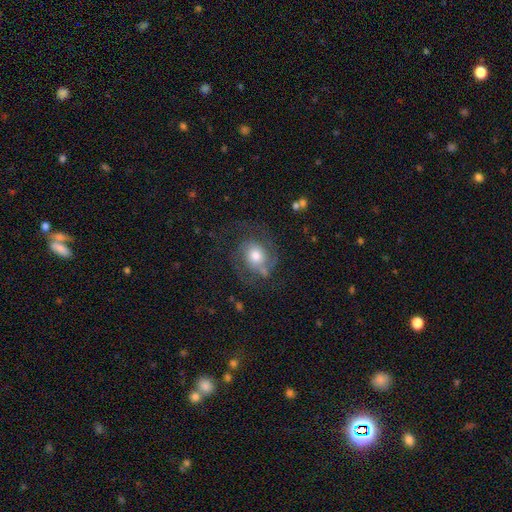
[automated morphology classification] smooth-or-featured: featured or disk: 71% | smooth: 21% | star or artifact: 8%
  disk-edge-on: no: 98% | yes: 2%
    bar: no: 76% | weak: 20% | strong: 4%
    has-spiral-arms: yes: 91% | no: 9%
      spiral-winding: medium: 45% | tight: 38% | loose: 17%
      spiral-arm-count: 2: 66% | can't tell: 13% | 1: 8% | 3: 7% | 4: 3% | more than 4: 3%
    bulge-size: moderate: 60% | large: 22% | small: 14% | dominant: 3% | none: 2%
  merging: none: 63% | minor disturbance: 17% | major disturbance: 16% | merger: 3%